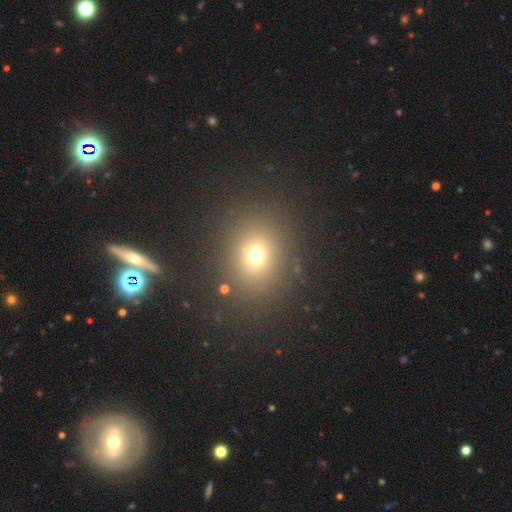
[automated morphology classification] Overall: smooth (69%). How rounded: round (69%; in between 30%). Merging: none (84%).